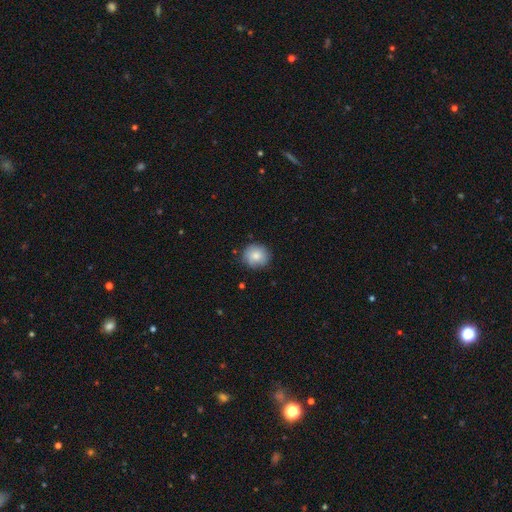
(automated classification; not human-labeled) This is clearly a smooth galaxy (80%). How rounded: clearly round (89%). Merging: clearly none (83%).